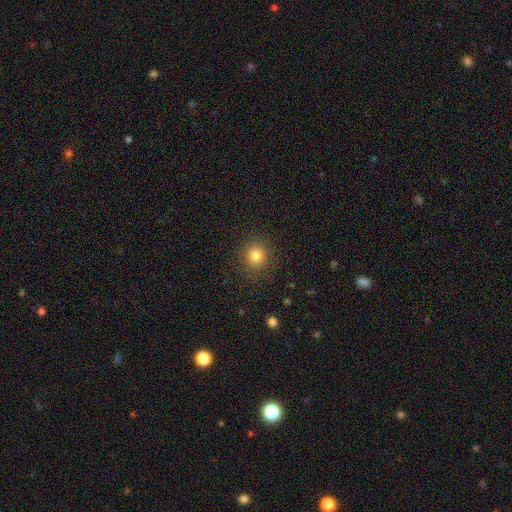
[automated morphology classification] Smooth or featured: smooth — 82% (star or artifact — 12%)
How rounded: round — 91% (in between — 9%)
Merging: none — 88% (minor disturbance — 7%)